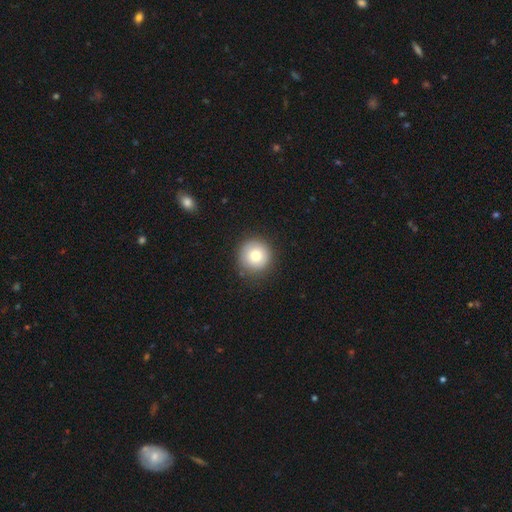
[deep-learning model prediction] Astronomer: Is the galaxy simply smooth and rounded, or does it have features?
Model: smooth — 77%.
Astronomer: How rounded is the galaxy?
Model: round — 95%.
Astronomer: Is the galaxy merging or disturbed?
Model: none — 88%.